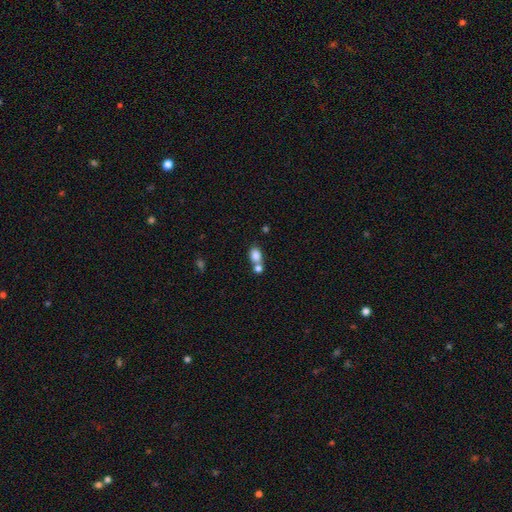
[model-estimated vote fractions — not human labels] Smooth or featured: smooth — 82% (star or artifact — 10%)
How rounded: in between — 65% (round — 33%)
Merging: merger — 45% (none — 42%)